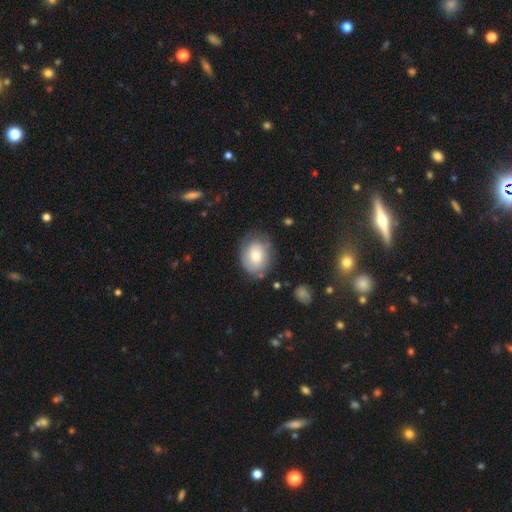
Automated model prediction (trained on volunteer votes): smooth 67%, featured or disk 26%, star or artifact 7%. Down the decision tree: how rounded — in between (58%); merging — none (69%).